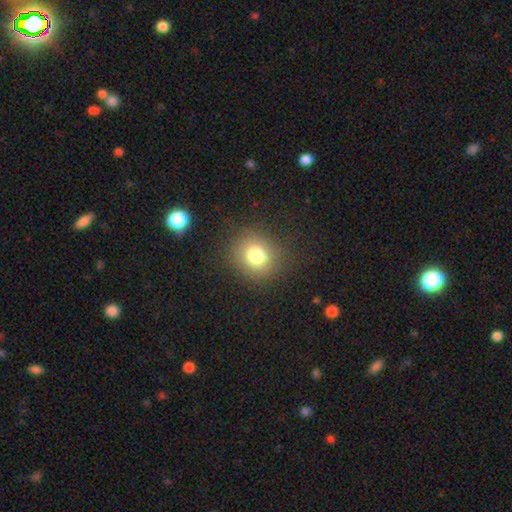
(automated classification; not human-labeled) A smooth galaxy with no disk features (77%) that is round (82%). Merging: none (84%).